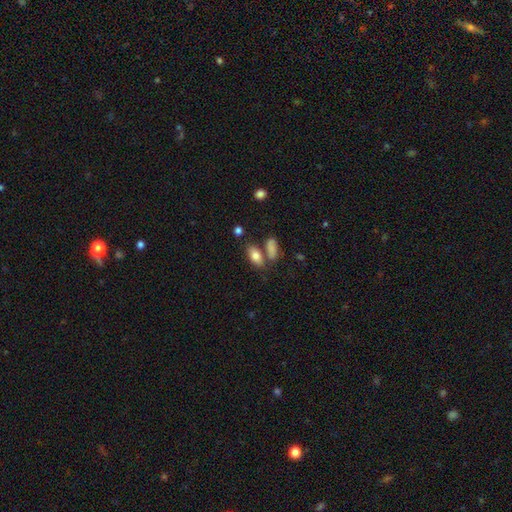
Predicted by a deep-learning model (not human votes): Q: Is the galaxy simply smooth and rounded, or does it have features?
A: smooth — 81%.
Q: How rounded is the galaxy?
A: in between — 86%.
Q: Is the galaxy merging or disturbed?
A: none — 61%.